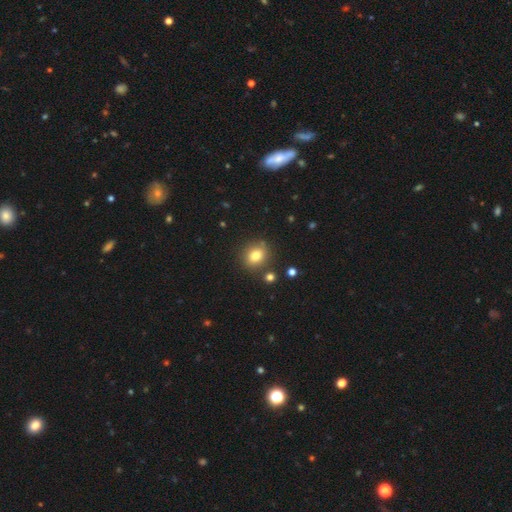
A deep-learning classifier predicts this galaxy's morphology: smooth 78%, star or artifact 12%, featured or disk 9%. Down the decision tree: how rounded — round (68%); merging — none (82%).